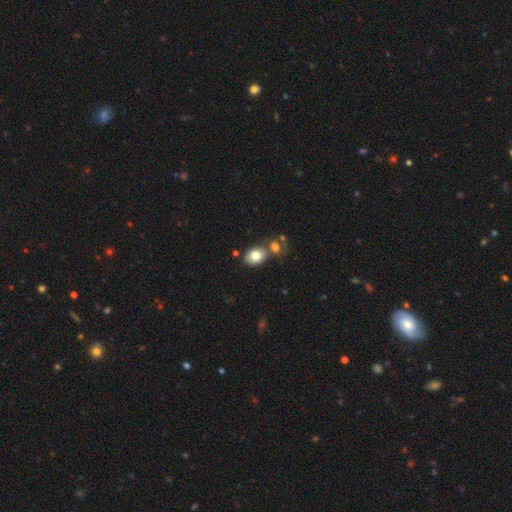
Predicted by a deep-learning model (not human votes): Overall: smooth (80%). How rounded: in between (67%; round 31%). Merging: none (59%; merger 25%).